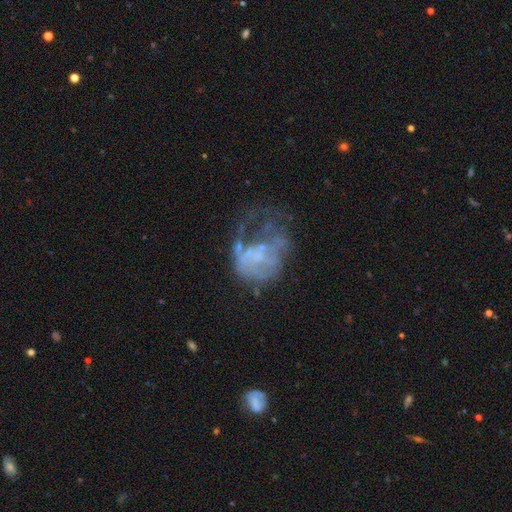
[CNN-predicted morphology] Overall: featured or disk (58%; smooth 25%). Edge-on disk: no (98%). Bar: no (87%). Spiral arms: no (82%). Bulge size: none (62%; small 25%). Merging: major disturbance (48%; none 25%).